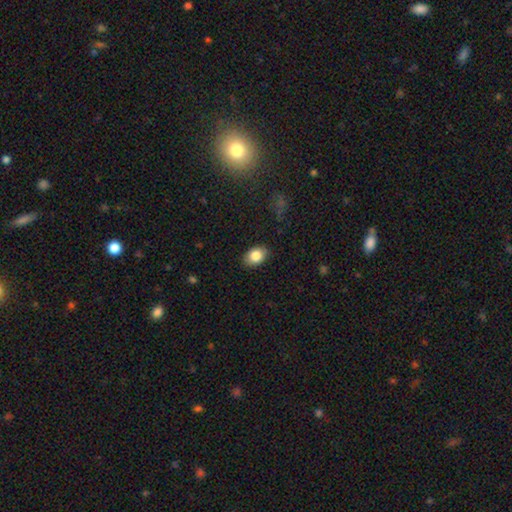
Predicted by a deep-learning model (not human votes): A smooth galaxy with no disk features (84%) that is in between round and cigar-shaped (78%). Merging: none (86%).